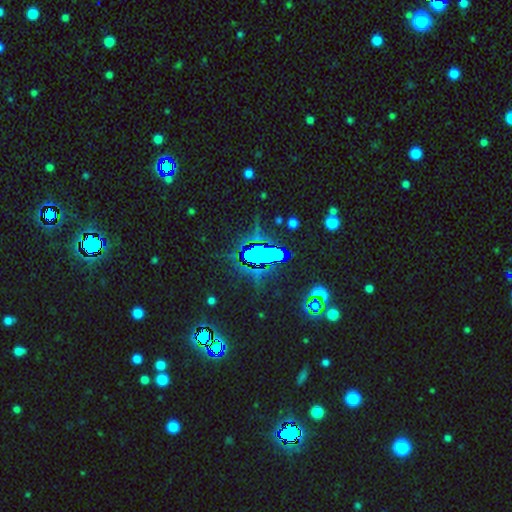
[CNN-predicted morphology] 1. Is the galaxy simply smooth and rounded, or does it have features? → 73% star or artifact, 17% smooth, 10% featured or disk.